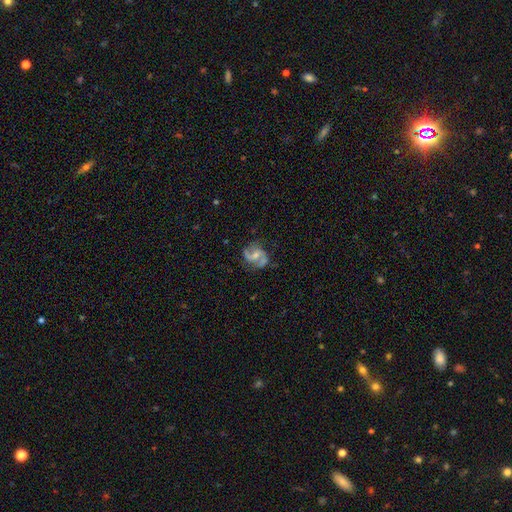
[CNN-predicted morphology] featured or disk 83%, smooth 11%, star or artifact 7%. Down the decision tree: edge-on disk — no (98%); bar — weak (44%); spiral arms — yes (96%); spiral arm count — 2 (90%); spiral winding — medium (49%); bulge size — small (45%, tied with moderate); merging — none (71%).